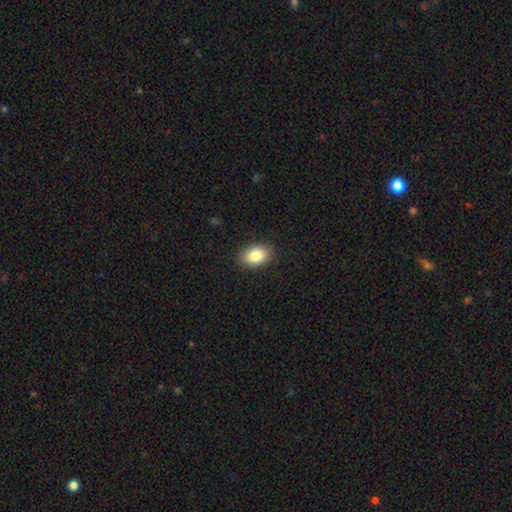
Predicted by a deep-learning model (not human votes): smooth-or-featured: smooth: 85% | star or artifact: 8% | featured or disk: 7%
  how-rounded: in between: 88% | round: 11% | cigar-shaped: 1%
  merging: none: 88% | minor disturbance: 9% | major disturbance: 2% | merger: 1%